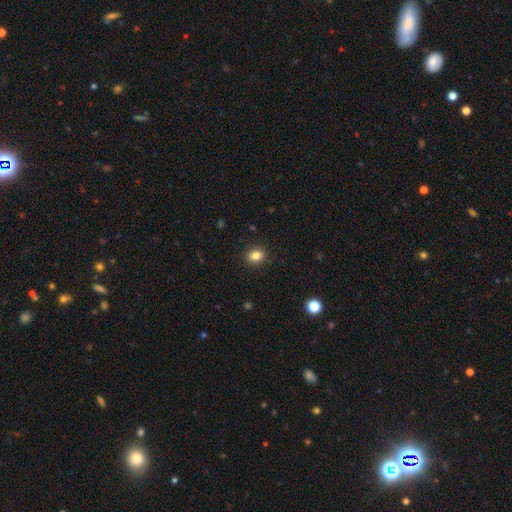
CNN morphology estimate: smooth-or-featured: smooth: 84% | star or artifact: 11% | featured or disk: 5%
  how-rounded: in between: 51% | round: 48% | cigar-shaped: 1%
  merging: none: 90% | minor disturbance: 7% | major disturbance: 2% | merger: 1%